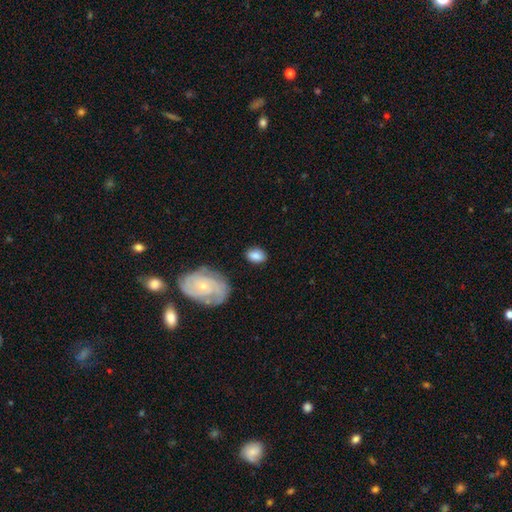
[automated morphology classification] A smooth galaxy with no disk features (80%) that is in between round and cigar-shaped (84%). Merging: none (77%).